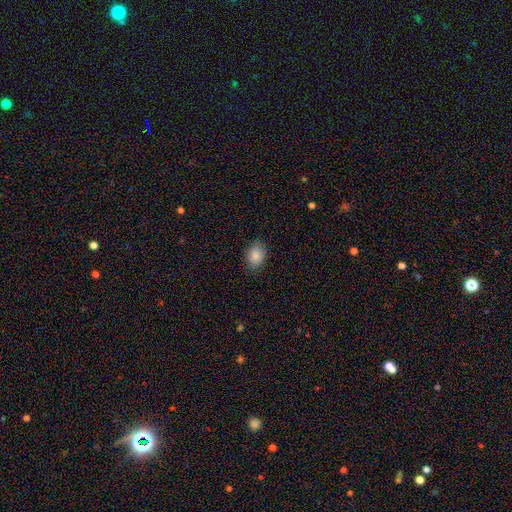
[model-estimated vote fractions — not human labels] Smooth or featured?
  - smooth: 87% *
  - star or artifact: 8%
  - featured or disk: 5%
How rounded?
  - in between: 71% *
  - round: 28%
  - cigar-shaped: 1%
Merging?
  - none: 83% *
  - minor disturbance: 13%
  - major disturbance: 3%
  - merger: 1%